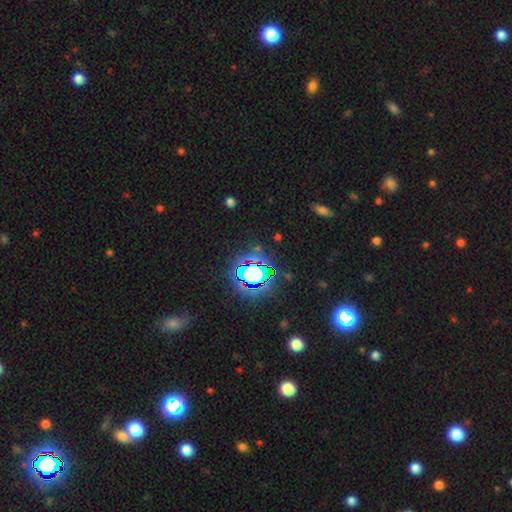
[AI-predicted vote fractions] This appears to be a star or artifact, not a galaxy (78%).